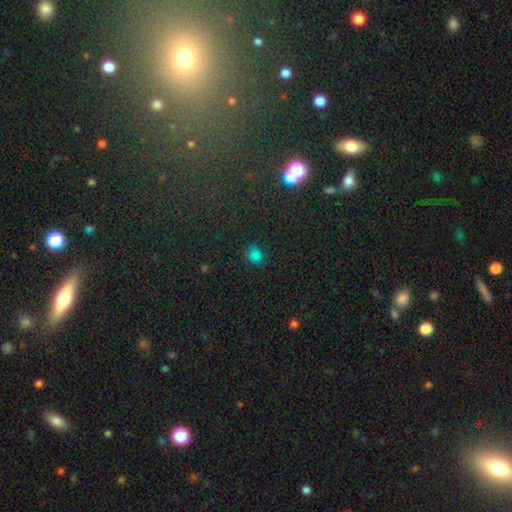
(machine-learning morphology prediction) This appears to be a smooth galaxy with no disk features (74%) that is round (69%). Merging: none (79%).